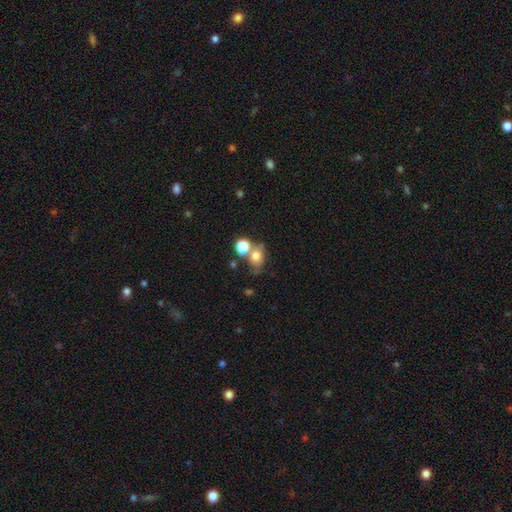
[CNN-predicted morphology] smooth-or-featured: smooth: 70% | featured or disk: 16% | star or artifact: 14%
  how-rounded: in between: 51% | round: 47% | cigar-shaped: 2%
  merging: none: 47% | merger: 29% | minor disturbance: 16% | major disturbance: 8%